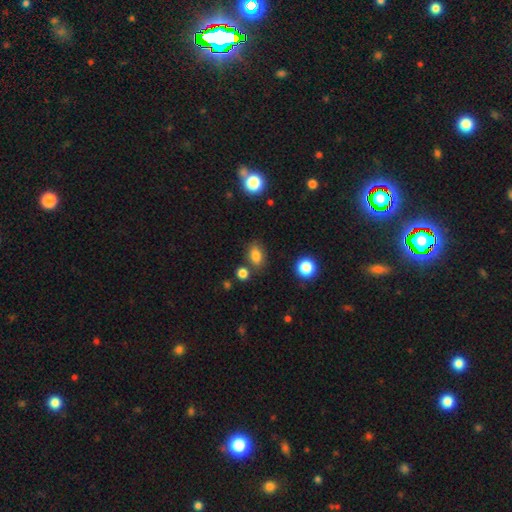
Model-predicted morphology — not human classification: Smooth or featured?
  - smooth: 81% *
  - star or artifact: 12%
  - featured or disk: 7%
How rounded?
  - in between: 80% *
  - round: 18%
  - cigar-shaped: 2%
Merging?
  - none: 76% *
  - minor disturbance: 13%
  - merger: 8%
  - major disturbance: 4%